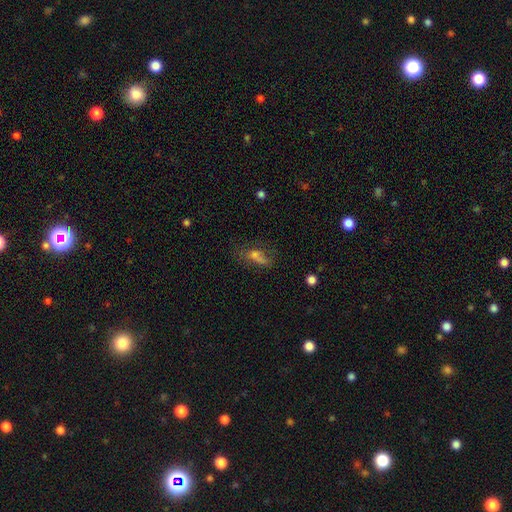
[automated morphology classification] Smooth or featured?
  - smooth: 47% *
  - featured or disk: 32%
  - star or artifact: 21%
Merging?
  - none: 42% *
  - major disturbance: 28%
  - minor disturbance: 23%
  - merger: 6%